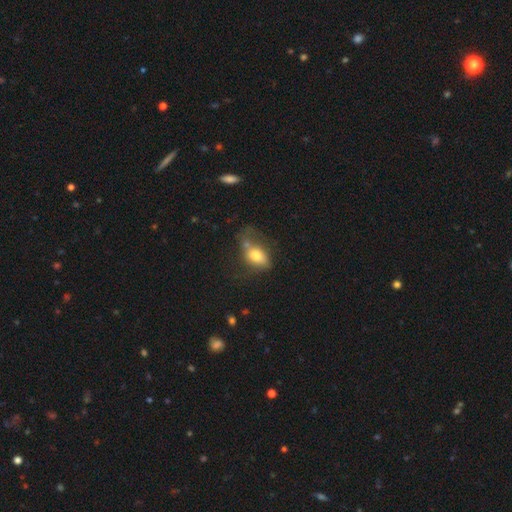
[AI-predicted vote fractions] Smooth or featured? Predicted: smooth (p=0.72). How rounded? Predicted: in between (p=0.82). Merging? Predicted: none (p=0.32).